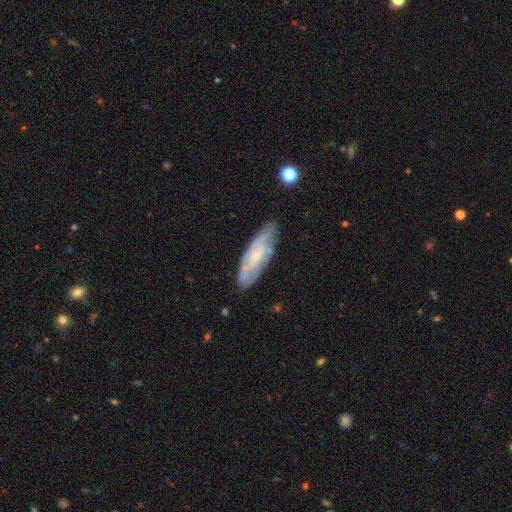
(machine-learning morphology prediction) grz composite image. It shows a featured or disk galaxy (72%) with no bar (60%), spiral arms (83%) and a small central bulge (73%). Merging: none (75%).